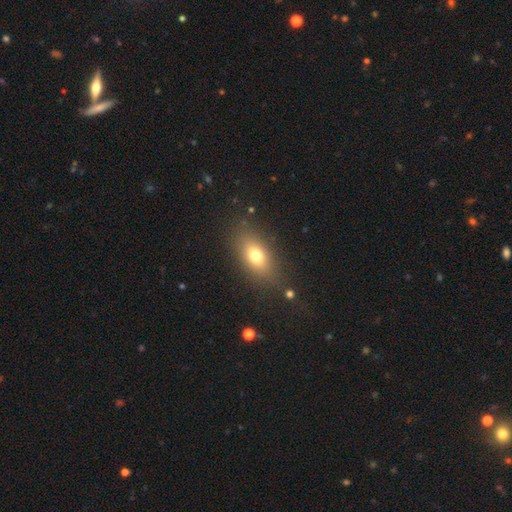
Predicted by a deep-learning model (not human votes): Overall: smooth (73%). How rounded: in between (81%). Merging: none (83%).